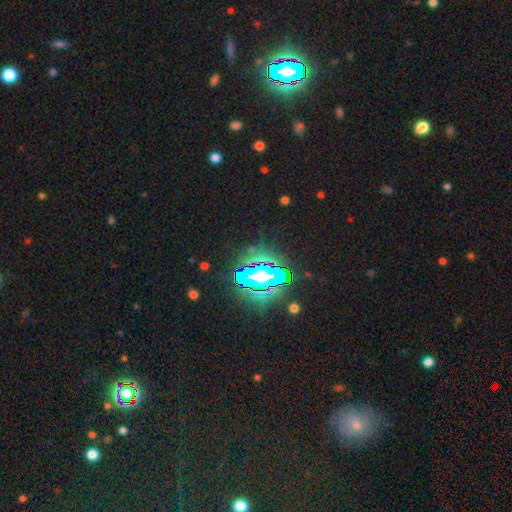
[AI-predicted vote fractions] Smooth or featured?
  - star or artifact: 75% *
  - smooth: 13%
  - featured or disk: 12%